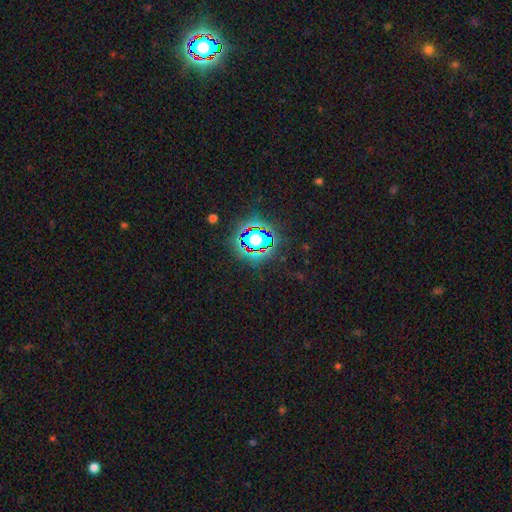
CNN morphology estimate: This appears to be a star or artifact, not a galaxy (80%).